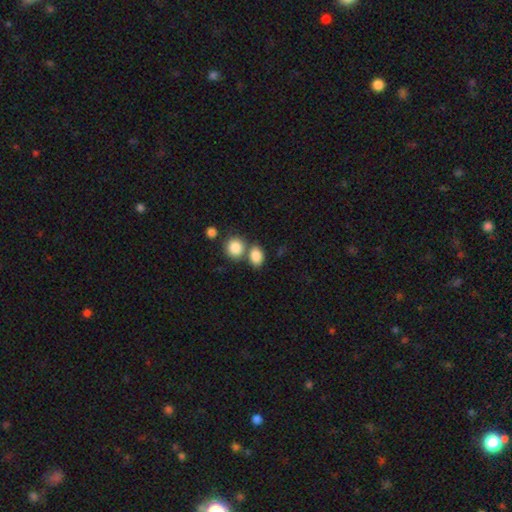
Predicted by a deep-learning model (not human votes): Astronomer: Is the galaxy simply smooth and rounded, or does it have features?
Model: smooth — 86%.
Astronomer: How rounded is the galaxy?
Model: in between — 62% (runner-up: round, 37%).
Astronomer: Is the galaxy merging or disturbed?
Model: none — 51% (runner-up: merger, 36%).